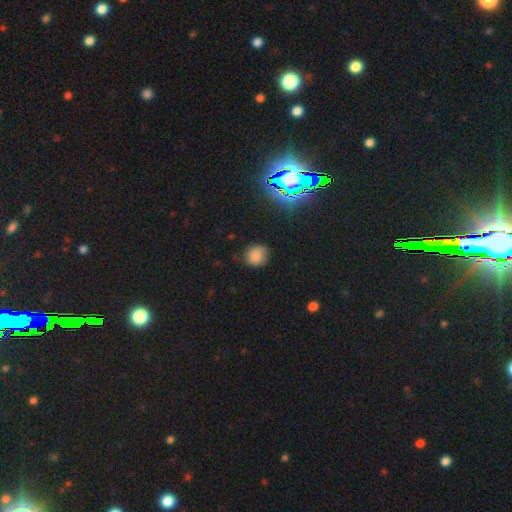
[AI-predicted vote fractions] A smooth galaxy with no disk features (76%) that is round (76%). Merging: none (68%).